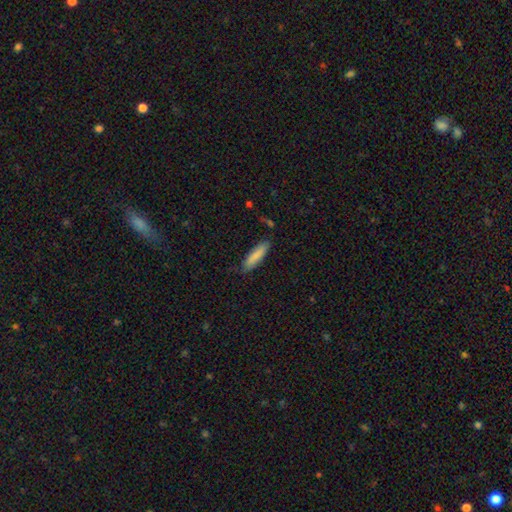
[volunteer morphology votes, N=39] This is likely a smooth galaxy (72%). How rounded: likely cigar-shaped (79%). Merging: likely none (79%).